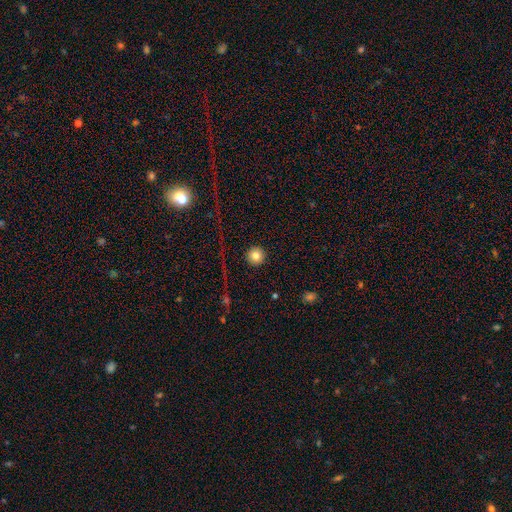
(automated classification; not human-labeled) Smooth or featured: smooth — 82% (star or artifact — 11%)
How rounded: round — 96% (in between — 3%)
Merging: none — 93% (minor disturbance — 4%)